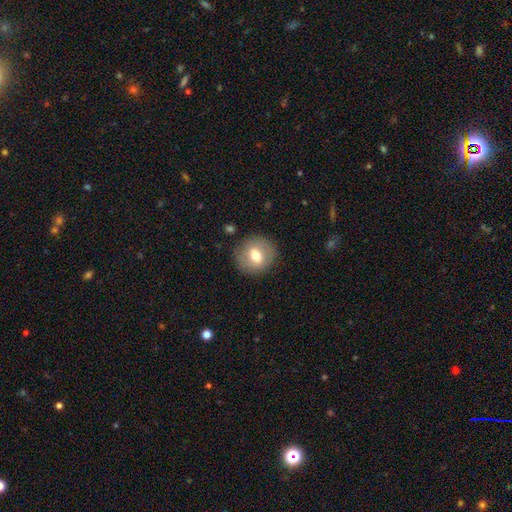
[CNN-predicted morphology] smooth 66%, featured or disk 26%, star or artifact 8%. Down the decision tree: how rounded — round (82%); merging — none (86%).